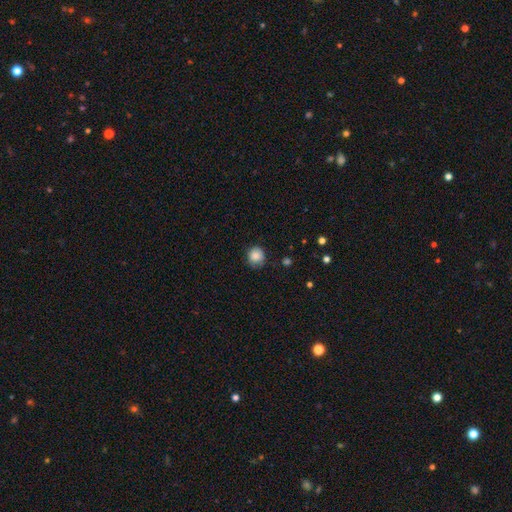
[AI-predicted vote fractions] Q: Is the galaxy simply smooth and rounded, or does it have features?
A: smooth — 86%.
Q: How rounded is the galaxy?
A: round — 88%.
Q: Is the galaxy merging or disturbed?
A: none — 75%.